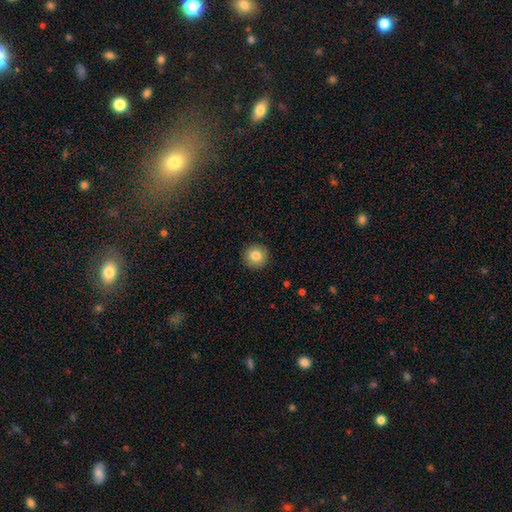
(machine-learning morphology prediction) Smooth or featured? Predicted: smooth (p=0.83). How rounded? Predicted: round (p=0.94). Merging? Predicted: none (p=0.93).